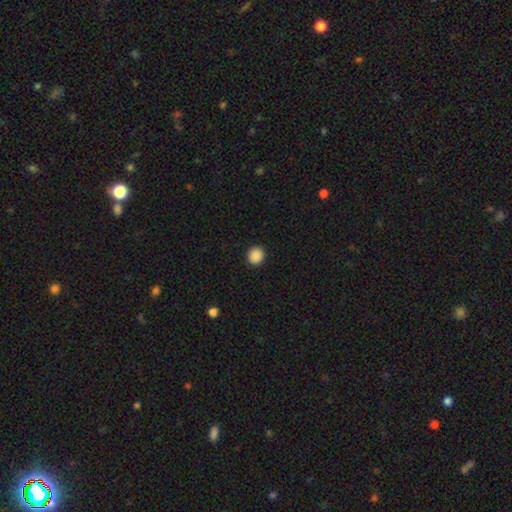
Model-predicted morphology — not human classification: type=smooth (89%); roundness=round (90%); merging=none (92%).